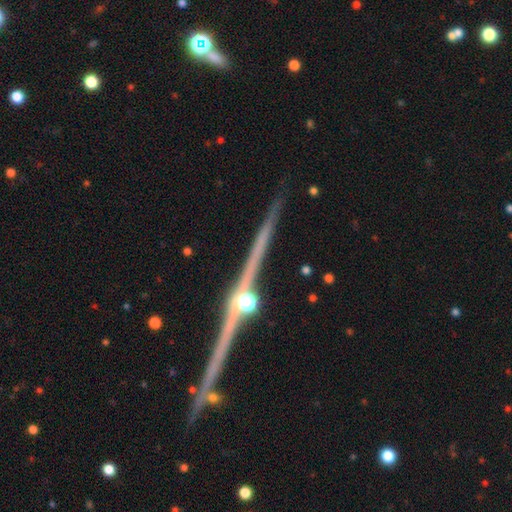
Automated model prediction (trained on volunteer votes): smooth_or_featured: featured or disk (p=0.91) [alt: star or artifact p=0.06]
disk_edge_on: yes (p=0.98) [alt: no p=0.02]
edge_on_bulge: rounded (p=0.92) [alt: none p=0.04]
merging: none (p=0.88) [alt: minor disturbance p=0.07]